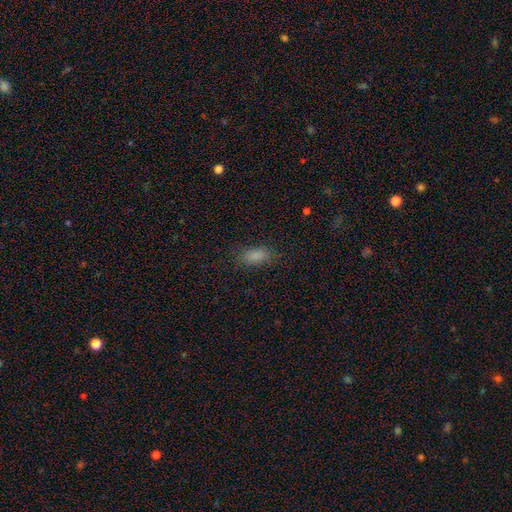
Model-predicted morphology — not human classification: type=smooth (84%); roundness=in between (85%); merging=none (81%).